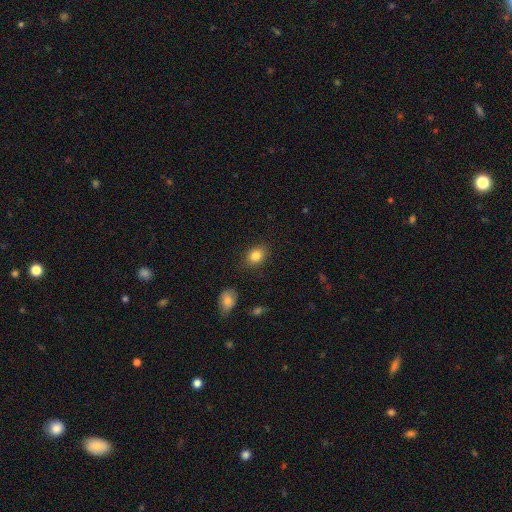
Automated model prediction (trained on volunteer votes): Smooth or featured: smooth — 84% (star or artifact — 9%)
How rounded: in between — 66% (round — 33%)
Merging: none — 84% (minor disturbance — 11%)